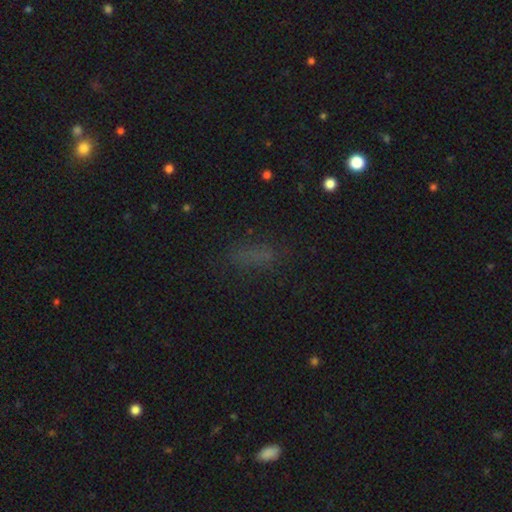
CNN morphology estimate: smooth_or_featured: smooth (p=0.62) [alt: star or artifact p=0.26]
how_rounded: in between (p=0.58) [alt: cigar-shaped p=0.35]
merging: none (p=0.72) [alt: minor disturbance p=0.16]